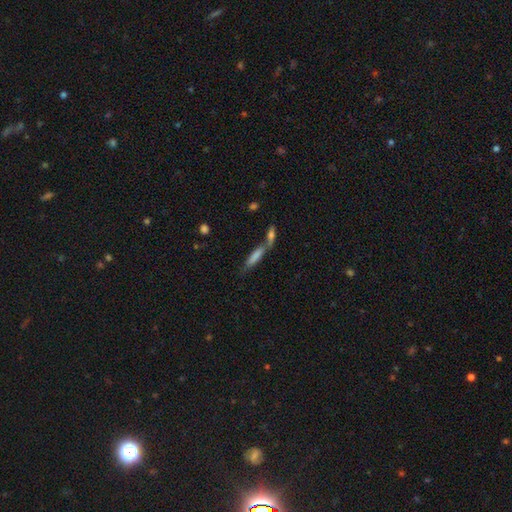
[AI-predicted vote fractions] Smooth or featured?
  - smooth: 64% *
  - featured or disk: 25%
  - star or artifact: 11%
How rounded?
  - cigar-shaped: 77% *
  - in between: 21%
  - round: 2%
Merging?
  - none: 44% *
  - merger: 42%
  - minor disturbance: 10%
  - major disturbance: 5%